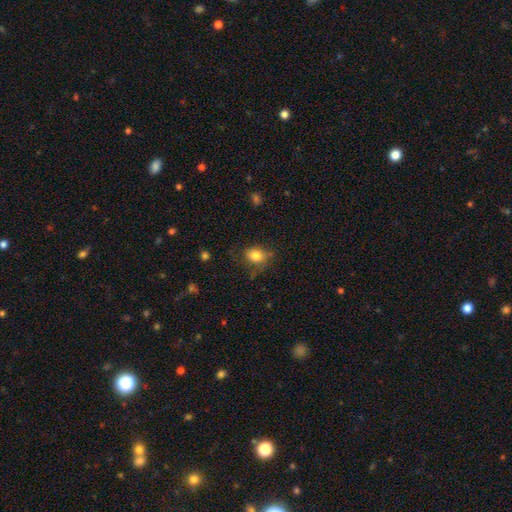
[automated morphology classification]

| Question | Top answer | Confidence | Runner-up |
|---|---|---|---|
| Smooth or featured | smooth | 82% | star or artifact (10%) |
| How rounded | in between | 50% | round (49%) |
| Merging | none | 69% | minor disturbance (21%) |